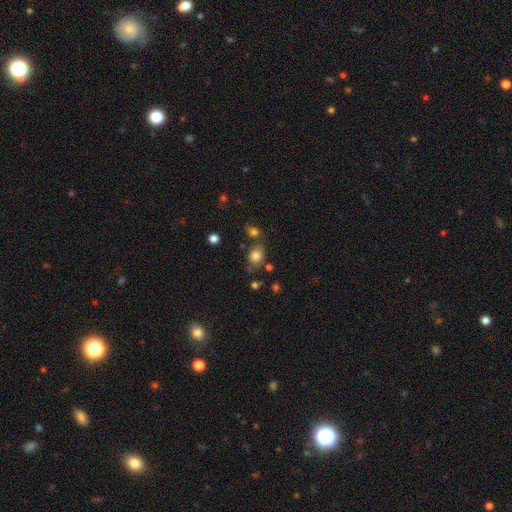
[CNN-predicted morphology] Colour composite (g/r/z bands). It shows a smooth galaxy with no disk features (80%) that is in between round and cigar-shaped (56%). Merging: none (64%).